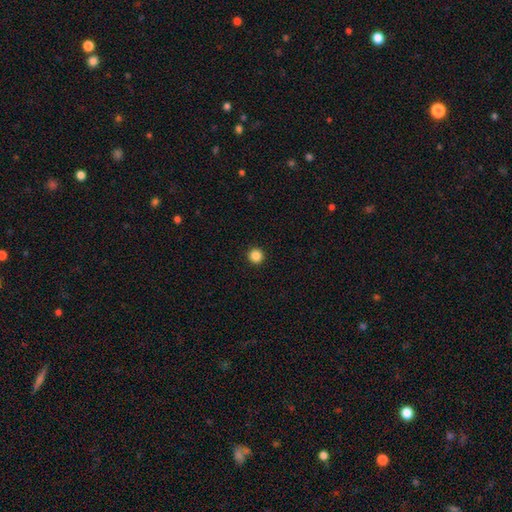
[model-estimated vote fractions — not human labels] A smooth galaxy with no disk features (86%) that is round (95%).

Vote fractions:
- Smooth or featured? smooth: 86% / star or artifact: 11% / featured or disk: 3%
- How rounded? round: 95% / in between: 4% / cigar-shaped: 1%
- Merging? none: 94% / minor disturbance: 4% / major disturbance: 1% / merger: 1%